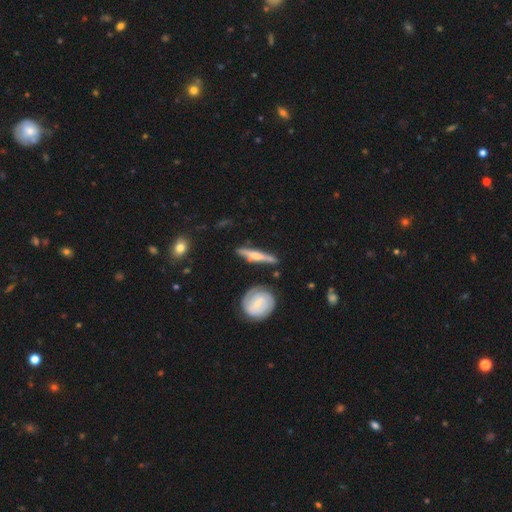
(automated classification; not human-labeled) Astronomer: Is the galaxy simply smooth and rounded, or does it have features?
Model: featured or disk — 75%.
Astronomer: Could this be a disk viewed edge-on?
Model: yes — 91%.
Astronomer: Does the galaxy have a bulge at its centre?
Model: rounded — 86%.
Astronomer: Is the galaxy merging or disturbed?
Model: none — 80%.